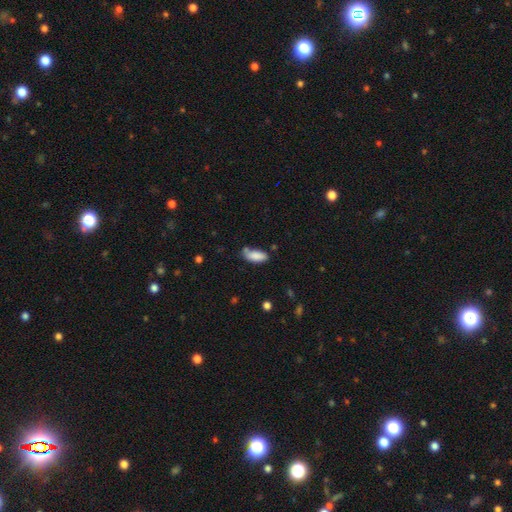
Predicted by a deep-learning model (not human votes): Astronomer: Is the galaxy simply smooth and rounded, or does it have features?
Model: smooth — 85%.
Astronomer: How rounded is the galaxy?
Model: in between — 83%.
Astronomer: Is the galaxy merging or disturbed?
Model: none — 59%.